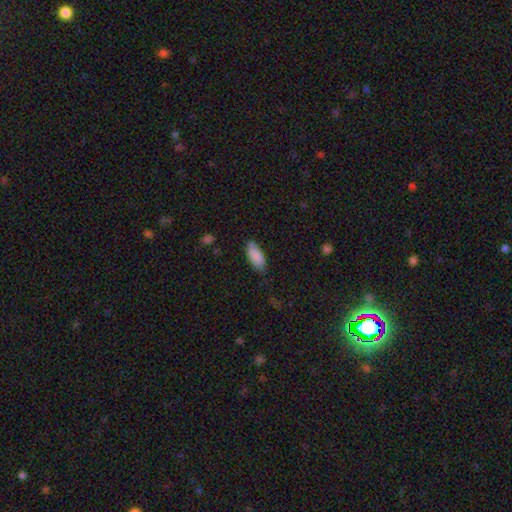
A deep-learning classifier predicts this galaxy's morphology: Q: Smooth or featured?
A: smooth (88%); runner-up: star or artifact (6%)
Q: How rounded?
A: in between (84%); runner-up: cigar-shaped (14%)
Q: Merging?
A: none (75%); runner-up: minor disturbance (20%)